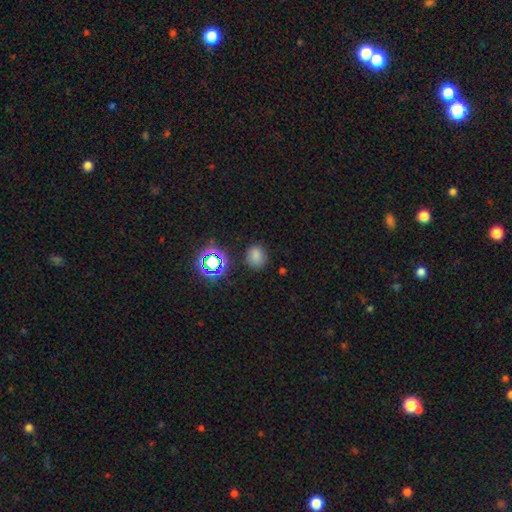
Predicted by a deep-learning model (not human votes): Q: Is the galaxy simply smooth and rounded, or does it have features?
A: smooth — 73%.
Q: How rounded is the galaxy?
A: round — 62%.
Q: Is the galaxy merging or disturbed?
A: none — 82%.